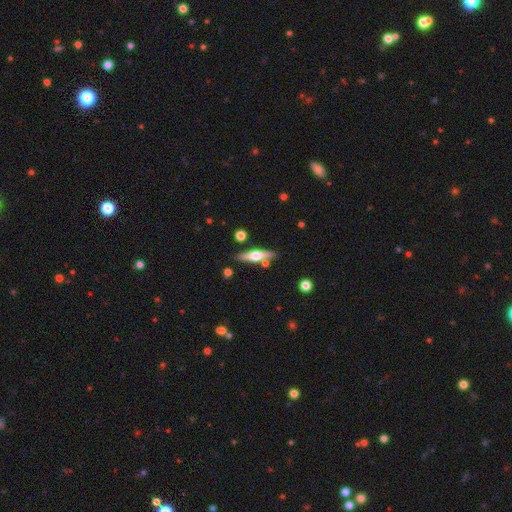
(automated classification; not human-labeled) The model was most divided on "smooth or featured": featured or disk: 67%, smooth: 26%, star or artifact: 6%. More confident: edge-on disk — yes (96%); edge-on bulge — rounded (92%); merging — none (81%).